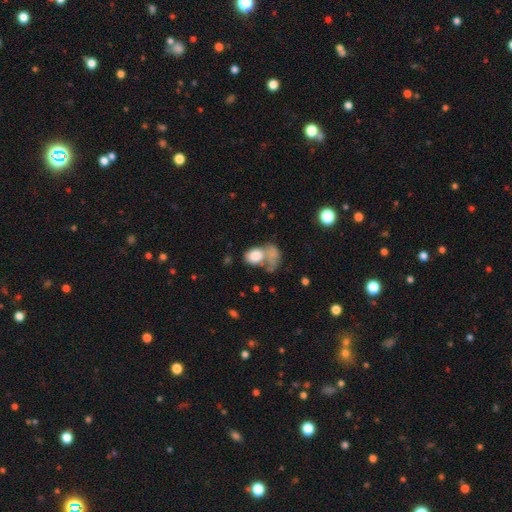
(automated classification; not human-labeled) This is likely a smooth galaxy (77%). How rounded: likely in between (67%). Merging: marginally merger (44%).